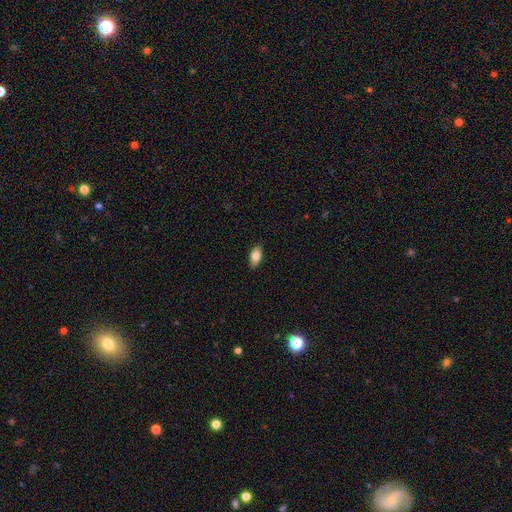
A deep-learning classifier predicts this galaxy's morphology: The model was most divided on "smooth or featured": smooth: 82%, featured or disk: 11%, star or artifact: 7%. More confident: how rounded — in between (90%); merging — none (88%).